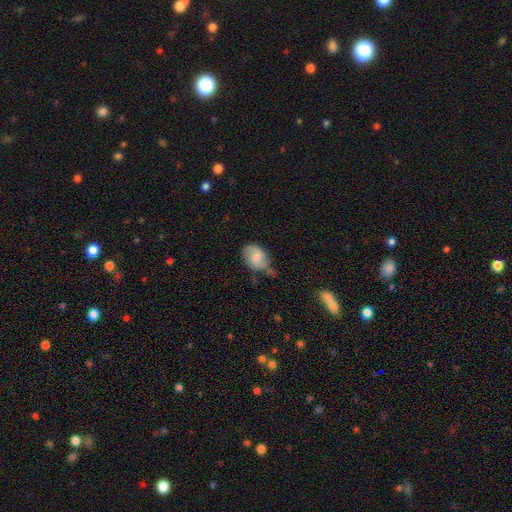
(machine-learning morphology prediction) A smooth galaxy with no disk features (60%) that is in between round and cigar-shaped (75%).

Vote fractions:
- Smooth or featured? smooth: 60% / featured or disk: 32% / star or artifact: 8%
- How rounded? in between: 75% / round: 24% / cigar-shaped: 1%
- Merging? none: 50% / minor disturbance: 33% / major disturbance: 10% / merger: 7%